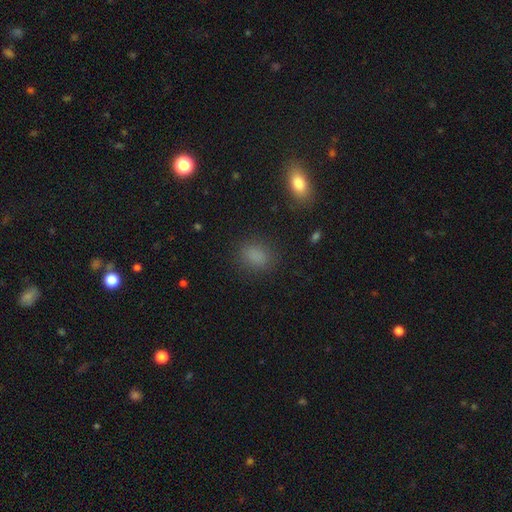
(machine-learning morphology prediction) Smooth or featured?
  - smooth: 83% *
  - star or artifact: 13%
  - featured or disk: 4%
How rounded?
  - in between: 67% *
  - round: 30%
  - cigar-shaped: 2%
Merging?
  - none: 84% *
  - minor disturbance: 10%
  - major disturbance: 4%
  - merger: 2%